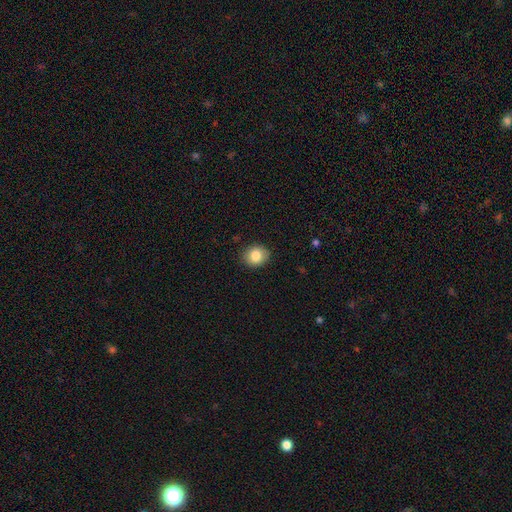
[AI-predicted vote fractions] Overall: smooth (84%). How rounded: round (62%; in between 37%). Merging: none (87%).